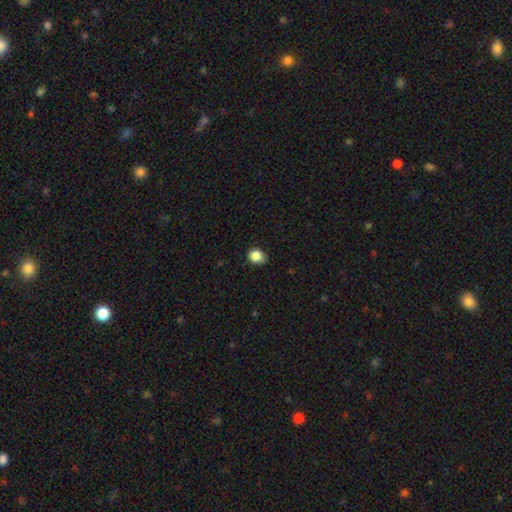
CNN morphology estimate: smooth-or-featured: smooth: 86% | star or artifact: 10% | featured or disk: 4%
  how-rounded: round: 64% | in between: 35% | cigar-shaped: 1%
  merging: none: 76% | minor disturbance: 20% | major disturbance: 3% | merger: 1%